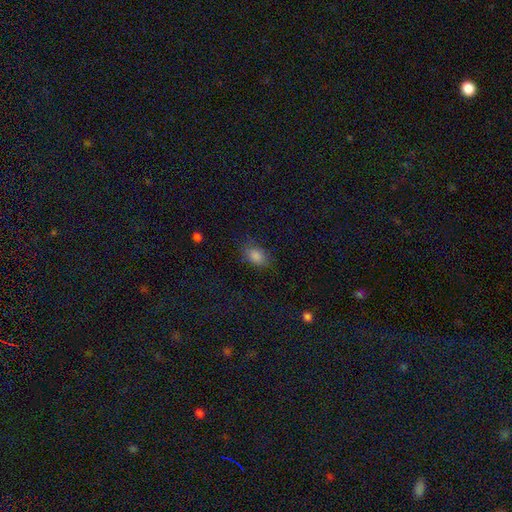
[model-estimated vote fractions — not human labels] Morphology: type=smooth (82%); roundness=in between (82%); merging=none (78%).